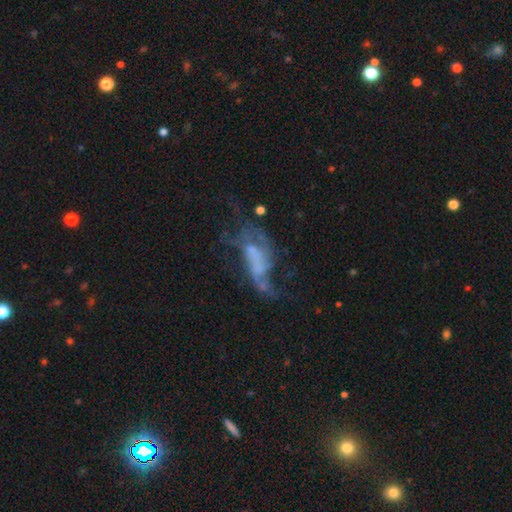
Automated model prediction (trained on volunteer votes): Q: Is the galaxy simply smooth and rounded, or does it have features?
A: featured or disk — 63%.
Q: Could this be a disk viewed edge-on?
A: no — 93%.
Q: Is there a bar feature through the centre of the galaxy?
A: no — 64%.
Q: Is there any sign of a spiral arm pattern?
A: no — 53%.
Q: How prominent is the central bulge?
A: none — 62%.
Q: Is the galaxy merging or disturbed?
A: major disturbance — 45%.